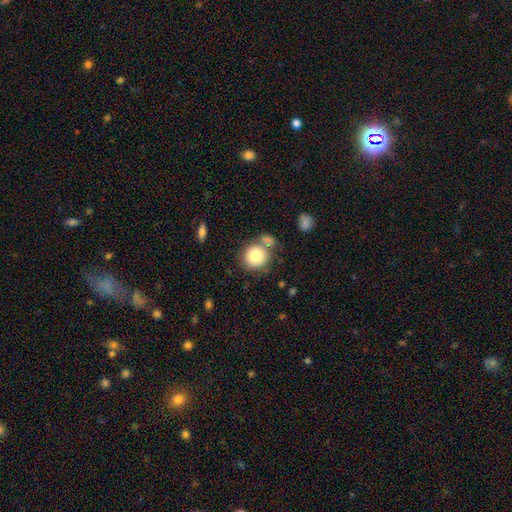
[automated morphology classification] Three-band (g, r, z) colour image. It shows a smooth galaxy with no disk features (83%) that is round (87%). Merging: none (60%).